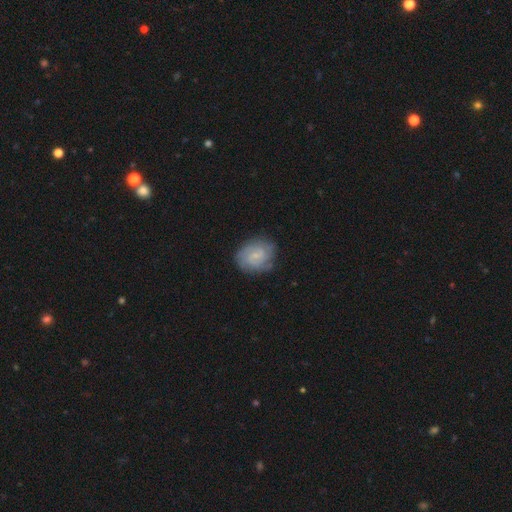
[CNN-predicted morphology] Q: Smooth or featured?
A: featured or disk (70%); runner-up: smooth (23%)
Q: Edge-on disk?
A: no (98%); runner-up: yes (2%)
Q: Bar?
A: weak (51%); runner-up: no (41%)
Q: Spiral arms?
A: yes (94%); runner-up: no (6%)
Q: Spiral winding?
A: tight (56%); runner-up: medium (35%)
Q: Spiral arm count?
A: 2 (43%); runner-up: can't tell (27%)
Q: Bulge size?
A: small (65%); runner-up: none (16%)
Q: Merging?
A: none (78%); runner-up: minor disturbance (16%)